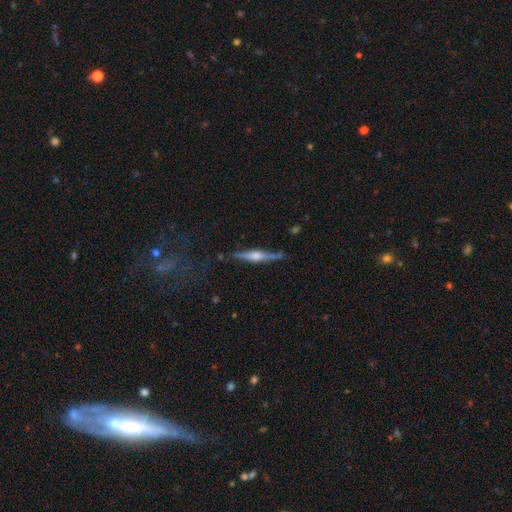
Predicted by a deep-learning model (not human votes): A featured or disk galaxy (78%) viewed edge-on (97%) with a rounded central bulge (88%). Merging: none (80%).